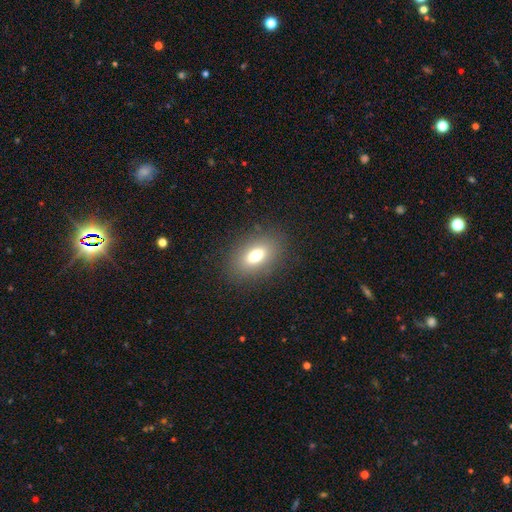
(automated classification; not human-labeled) Morphology: type=smooth (74%); roundness=in between (85%); merging=none (85%).